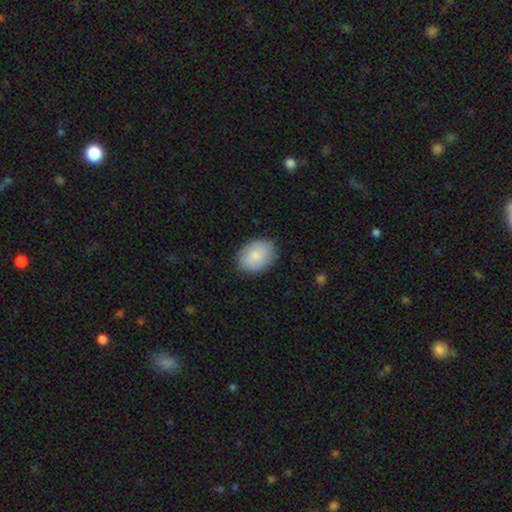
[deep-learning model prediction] A smooth galaxy with no disk features (77%) that is in between round and cigar-shaped (70%). Merging: none (86%).